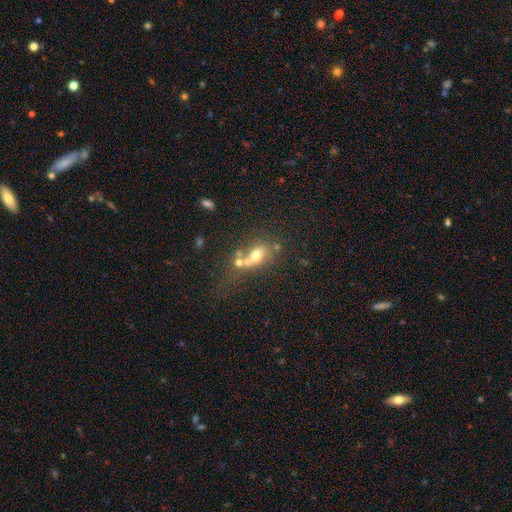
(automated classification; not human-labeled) Smooth or featured?
  - smooth: 56% *
  - featured or disk: 28%
  - star or artifact: 16%
How rounded?
  - in between: 62% *
  - round: 32%
  - cigar-shaped: 6%
Merging?
  - merger: 45% *
  - none: 32%
  - minor disturbance: 12%
  - major disturbance: 10%